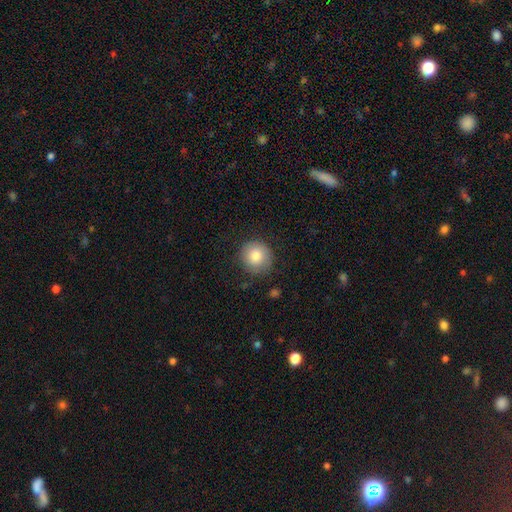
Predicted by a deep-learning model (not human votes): smooth_or_featured: smooth (p=0.82) [alt: featured or disk p=0.10]
how_rounded: round (p=0.92) [alt: in between p=0.07]
merging: none (p=0.80) [alt: minor disturbance p=0.14]